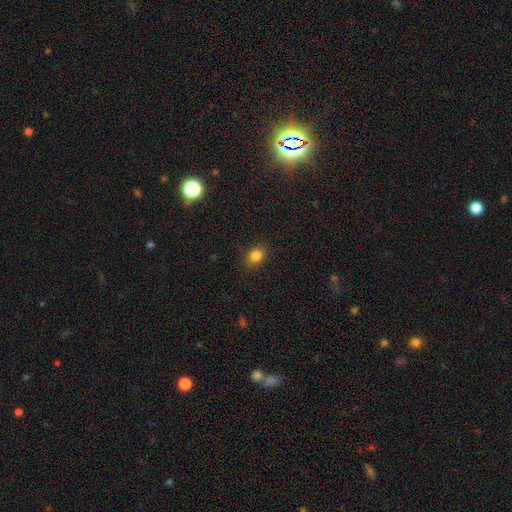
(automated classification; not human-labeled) Overall: smooth (83%). How rounded: in between (55%; round 44%). Merging: none (84%).